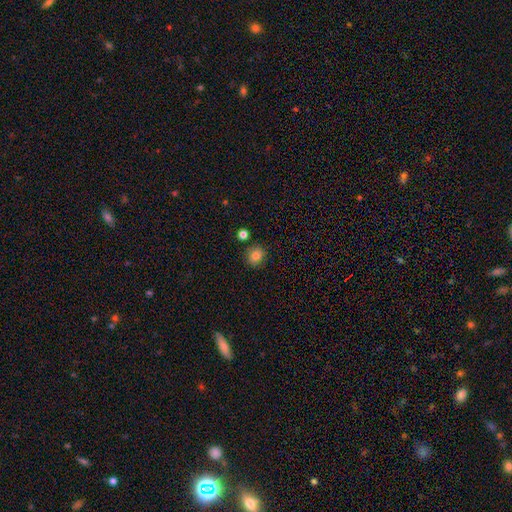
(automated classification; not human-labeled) Smooth or featured? Predicted: smooth (p=0.83). How rounded? Predicted: round (p=0.80). Merging? Predicted: none (p=0.84).